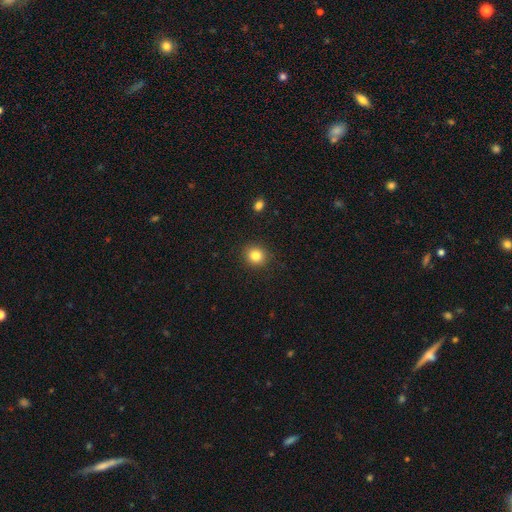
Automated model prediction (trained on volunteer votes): Smooth or featured? smooth (82%)
How rounded? round (86%)
Merging? none (90%)